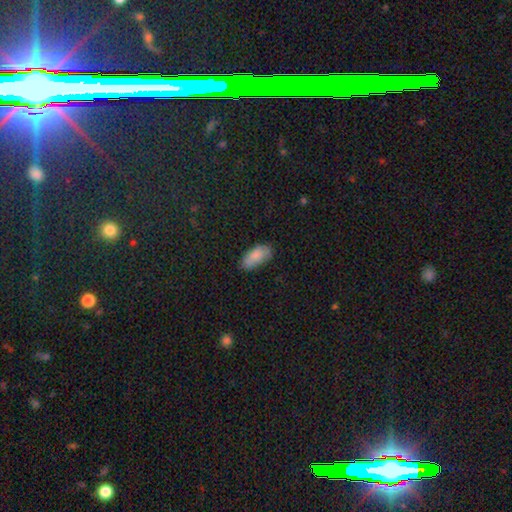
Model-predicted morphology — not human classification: A smooth galaxy with no disk features (83%) that is in between round and cigar-shaped (90%).

Vote fractions:
- Smooth or featured? smooth: 83% / featured or disk: 9% / star or artifact: 7%
- How rounded? in between: 90% / cigar-shaped: 8% / round: 2%
- Merging? none: 72% / minor disturbance: 22% / major disturbance: 4% / merger: 2%